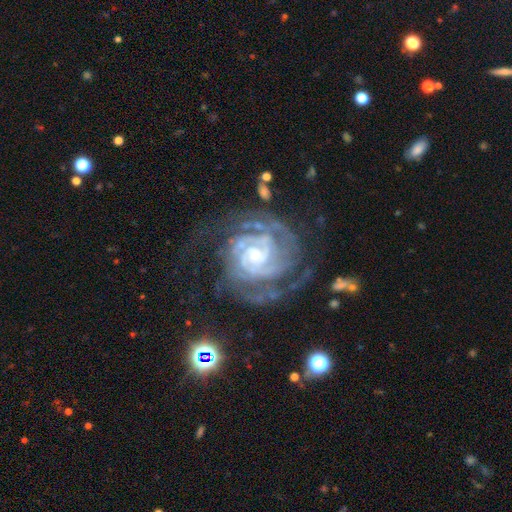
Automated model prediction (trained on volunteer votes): smooth_or_featured: featured or disk (p=0.89) [alt: star or artifact p=0.05]
disk_edge_on: no (p=0.98) [alt: yes p=0.02]
bar: no (p=0.59) [alt: weak p=0.32]
has_spiral_arms: yes (p=0.97) [alt: no p=0.03]
spiral_winding: tight (p=0.71) [alt: medium p=0.24]
spiral_arm_count: 2 (p=0.32) [alt: can't tell p=0.27]
bulge_size: small (p=0.43) [alt: moderate p=0.42]
merging: none (p=0.60) [alt: minor disturbance p=0.20]